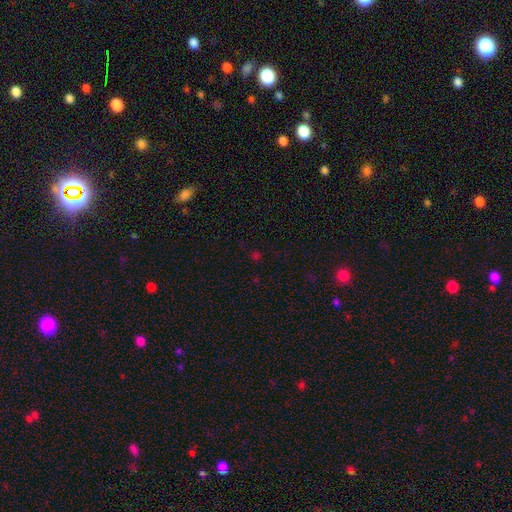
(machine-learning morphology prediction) This appears to be a star or artifact, not a galaxy (50%).